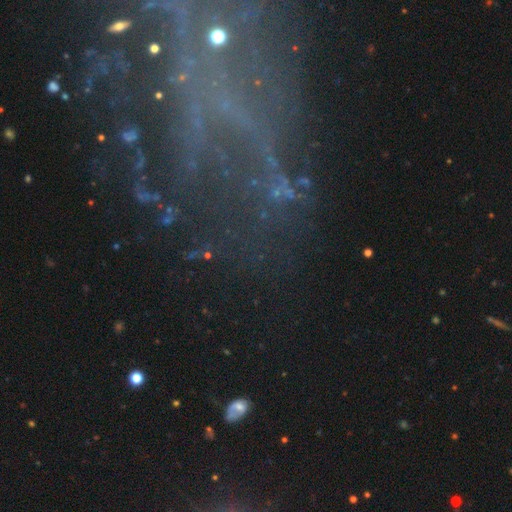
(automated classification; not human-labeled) A featured or disk galaxy (45%).

Vote fractions:
- Smooth or featured? featured or disk: 45% / star or artifact: 40% / smooth: 15%
- Merging? none: 57% / major disturbance: 21% / minor disturbance: 15% / merger: 6%